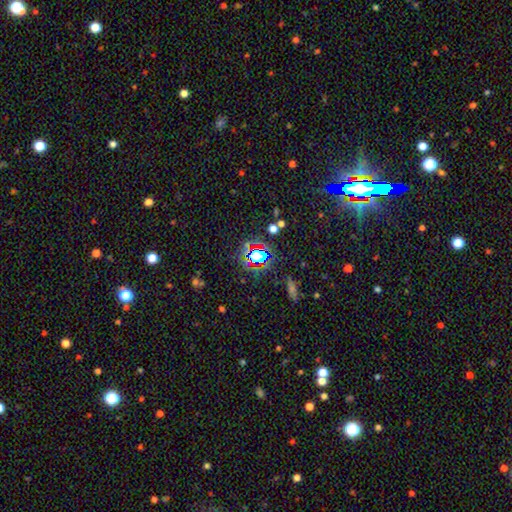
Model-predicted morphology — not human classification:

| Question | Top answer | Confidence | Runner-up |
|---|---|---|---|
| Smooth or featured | star or artifact | 66% | smooth (24%) |